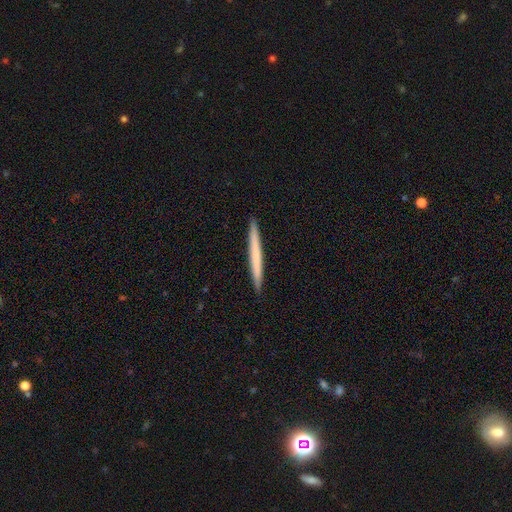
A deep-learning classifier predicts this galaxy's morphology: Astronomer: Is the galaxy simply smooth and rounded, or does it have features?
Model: smooth — 60%.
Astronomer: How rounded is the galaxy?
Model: cigar-shaped — 97%.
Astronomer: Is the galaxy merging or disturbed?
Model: none — 93%.